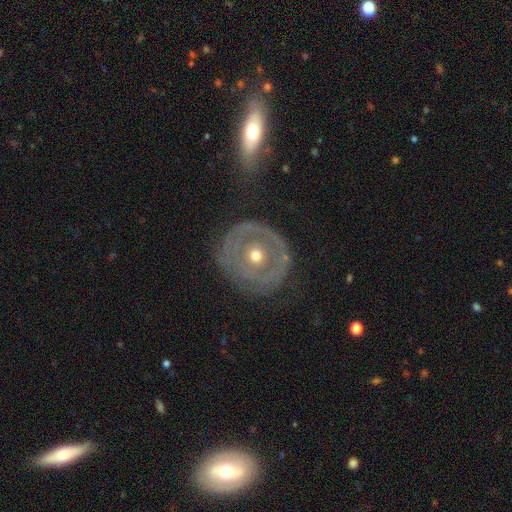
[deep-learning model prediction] This is likely a featured or disk galaxy (67%). It is clearly not viewed edge-on (96%). Bar: clearly no (89%). Spiral arm pattern: likely no (62%). Central bulge: likely moderate (64%). Merging: likely none (74%).